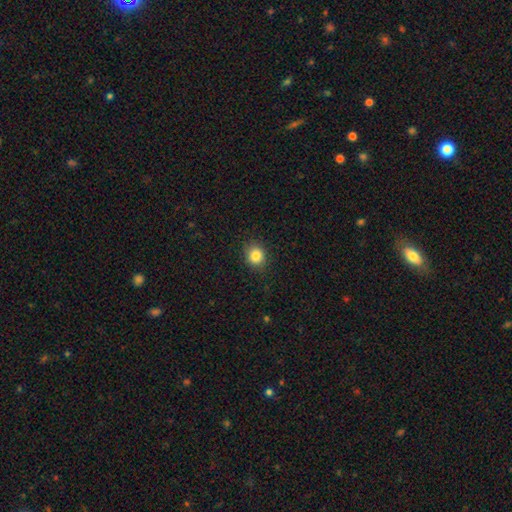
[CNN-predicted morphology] smooth-or-featured: smooth: 84% | star or artifact: 10% | featured or disk: 5%
  how-rounded: round: 75% | in between: 24% | cigar-shaped: 1%
  merging: none: 87% | minor disturbance: 10% | major disturbance: 3% | merger: 1%